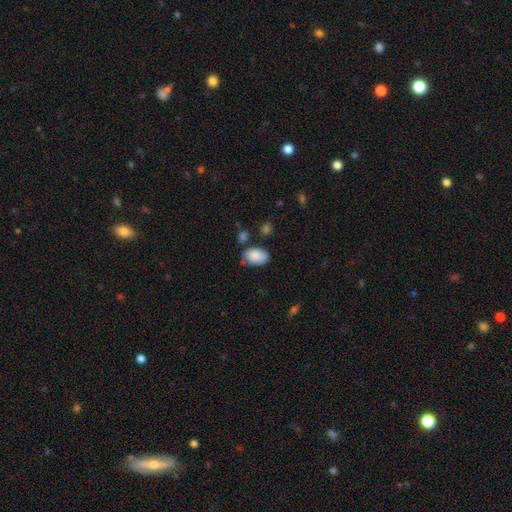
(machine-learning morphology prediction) smooth_or_featured: smooth (p=0.86) [alt: star or artifact p=0.07]
how_rounded: in between (p=0.89) [alt: round p=0.10]
merging: none (p=0.61) [alt: minor disturbance p=0.25]